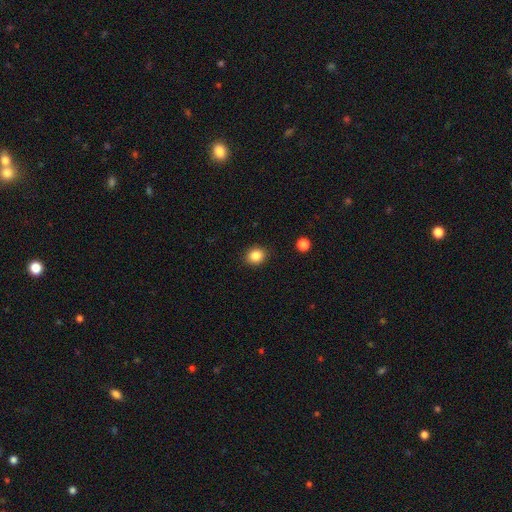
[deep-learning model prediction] Q: Smooth or featured?
A: smooth (85%); runner-up: star or artifact (11%)
Q: How rounded?
A: round (73%); runner-up: in between (26%)
Q: Merging?
A: none (90%); runner-up: minor disturbance (7%)